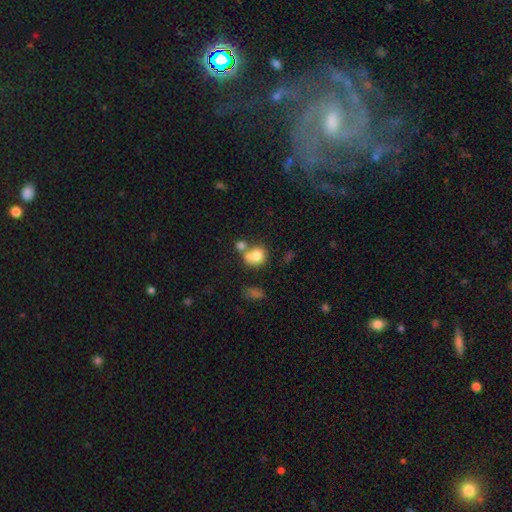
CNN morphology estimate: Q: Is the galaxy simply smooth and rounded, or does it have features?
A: smooth — 79%.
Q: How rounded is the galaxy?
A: round — 63%.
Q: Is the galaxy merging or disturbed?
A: merger — 45%.